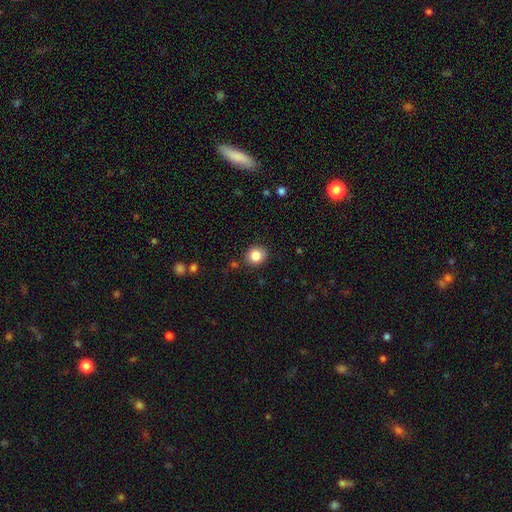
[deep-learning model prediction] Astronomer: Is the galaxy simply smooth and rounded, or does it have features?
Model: smooth — 85%.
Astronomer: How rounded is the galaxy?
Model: round — 77%.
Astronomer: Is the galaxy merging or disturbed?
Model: none — 86%.